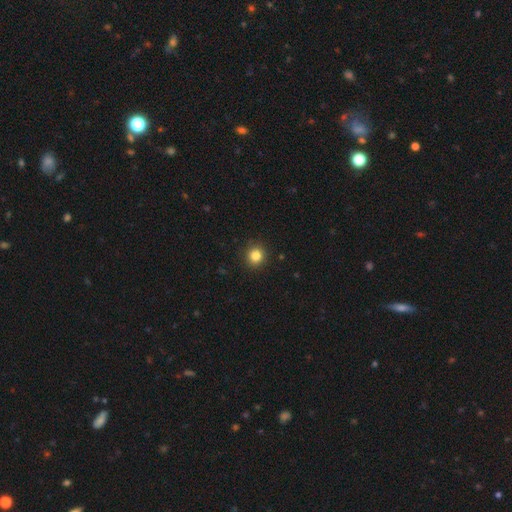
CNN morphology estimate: A smooth galaxy with no disk features (84%) that is round (92%). Merging: none (91%).